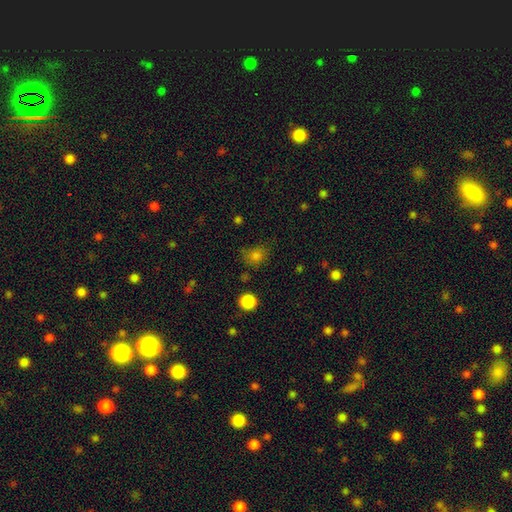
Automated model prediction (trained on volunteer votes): Morphology: type=smooth (79%); roundness=round (67%); merging=none (67%).